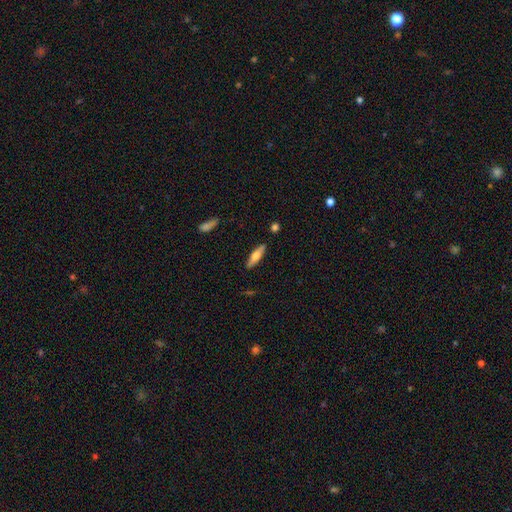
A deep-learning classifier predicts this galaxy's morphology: Smooth or featured?
  - smooth: 57% *
  - featured or disk: 37%
  - star or artifact: 6%
How rounded?
  - cigar-shaped: 65% *
  - in between: 33%
  - round: 2%
Merging?
  - none: 87% *
  - minor disturbance: 9%
  - major disturbance: 2%
  - merger: 2%